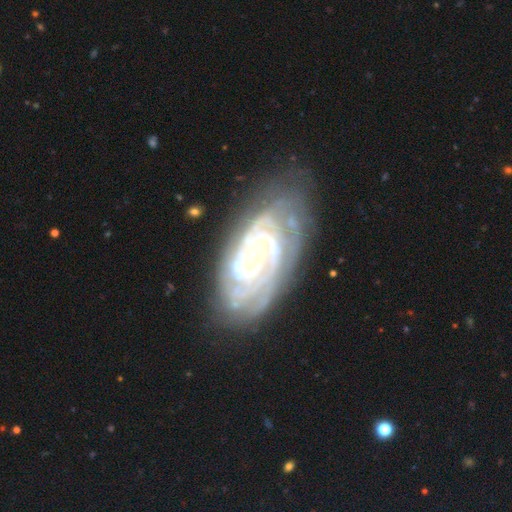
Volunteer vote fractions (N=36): Smooth or featured? 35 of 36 (97%) said featured or disk. Edge-on disk? 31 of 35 (89%) said no. Bar? 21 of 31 (68%) said no. Spiral arms? 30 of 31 (97%) said yes. Spiral winding? 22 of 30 (73%) said tight. Spiral arm count? 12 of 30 (40%) said 2. Bulge size? 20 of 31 (65%) said small. Merging? 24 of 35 (69%) said none.